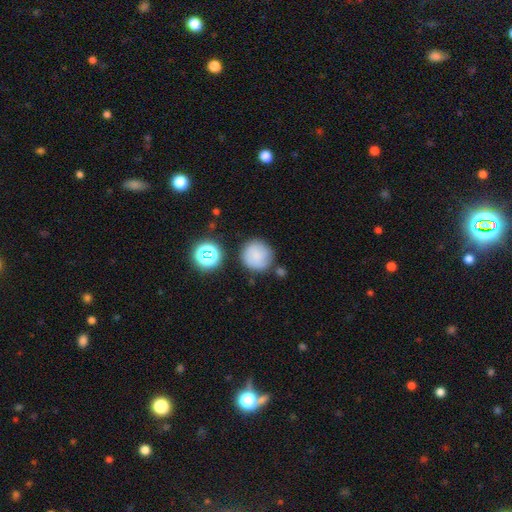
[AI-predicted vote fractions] smooth-or-featured: smooth: 79% | star or artifact: 11% | featured or disk: 10%
  how-rounded: round: 93% | in between: 6% | cigar-shaped: 1%
  merging: none: 77% | minor disturbance: 13% | merger: 6% | major disturbance: 4%